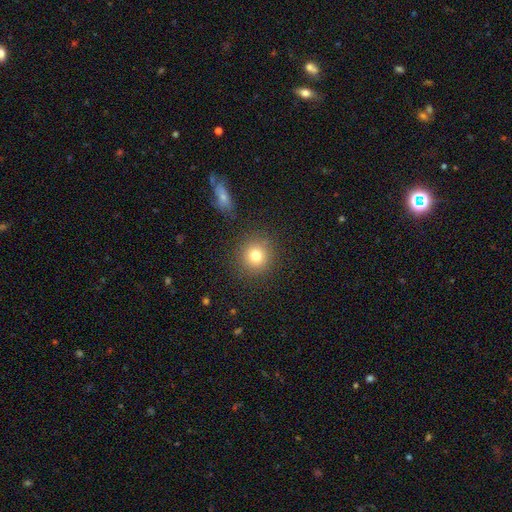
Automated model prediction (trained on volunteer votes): A smooth galaxy with no disk features (79%) that is round (91%). Merging: none (87%).